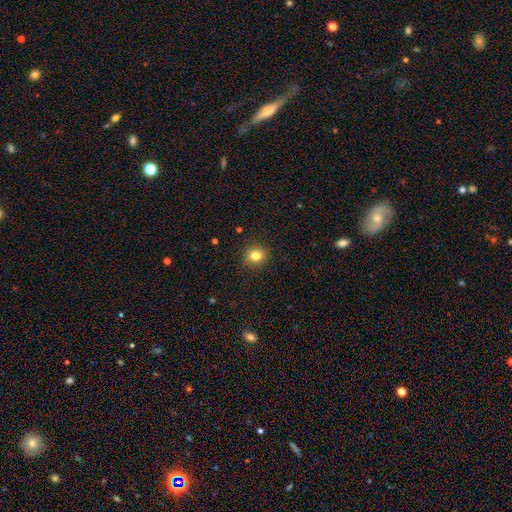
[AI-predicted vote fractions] A smooth galaxy with no disk features (82%) that is round (83%). Merging: none (91%).